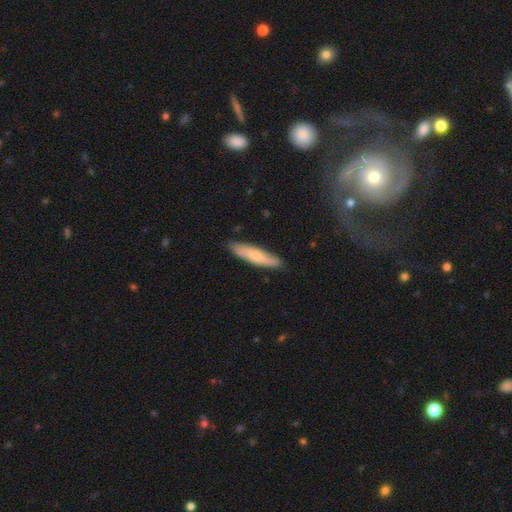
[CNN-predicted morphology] A smooth galaxy with no disk features (65%) that is cigar-shaped (79%). Merging: none (86%).